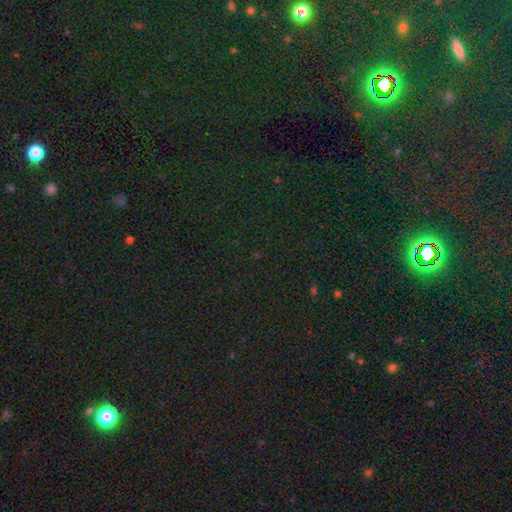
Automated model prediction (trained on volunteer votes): Overall: star or artifact (80%).